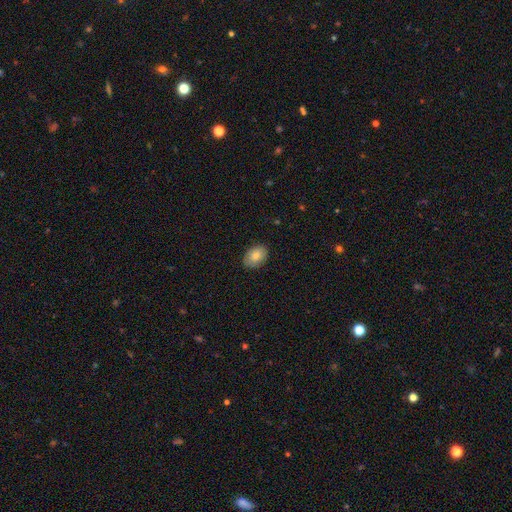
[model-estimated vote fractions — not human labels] Smooth or featured? Predicted: smooth (p=0.81). How rounded? Predicted: in between (p=0.81). Merging? Predicted: none (p=0.84).